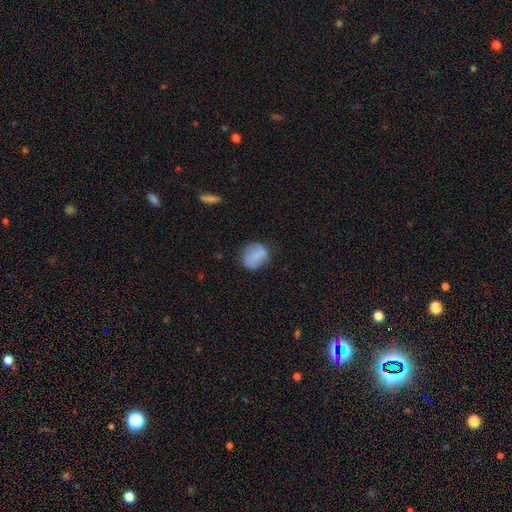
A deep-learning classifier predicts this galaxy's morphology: Smooth or featured? Predicted: smooth (p=0.76). How rounded? Predicted: round (p=0.69). Merging? Predicted: none (p=0.62).